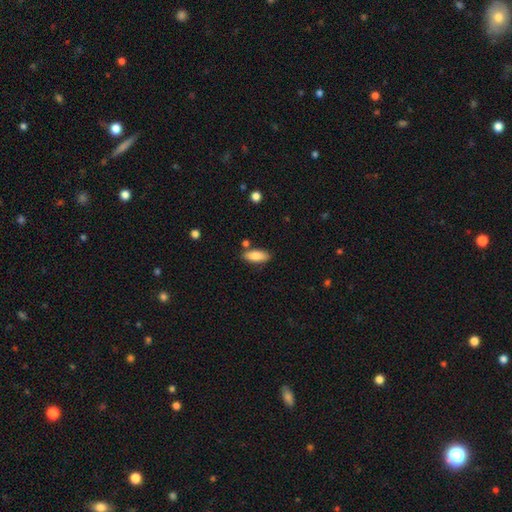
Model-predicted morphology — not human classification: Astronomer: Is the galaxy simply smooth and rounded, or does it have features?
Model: smooth — 83%.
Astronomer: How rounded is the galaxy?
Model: in between — 79%.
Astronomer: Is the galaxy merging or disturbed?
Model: none — 79%.